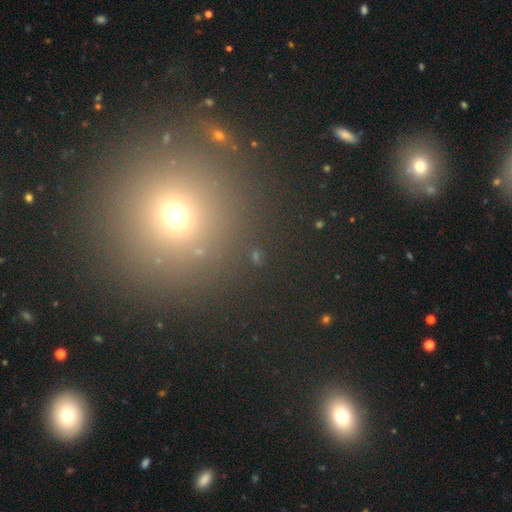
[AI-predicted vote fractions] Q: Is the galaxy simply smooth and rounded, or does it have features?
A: star or artifact — 46%.